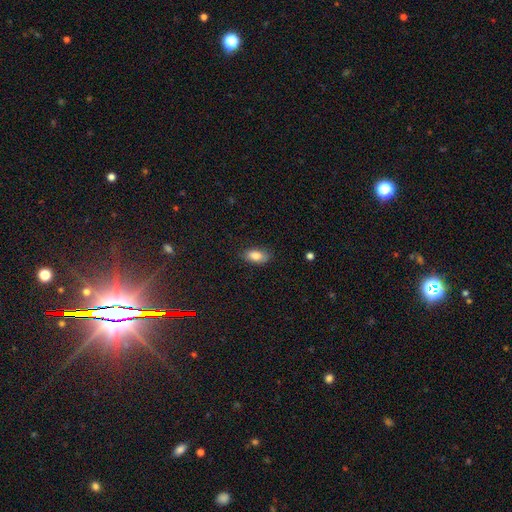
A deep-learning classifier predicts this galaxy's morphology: smooth-or-featured: smooth: 83% | featured or disk: 9% | star or artifact: 8%
  how-rounded: in between: 89% | cigar-shaped: 6% | round: 5%
  merging: none: 80% | minor disturbance: 15% | major disturbance: 3% | merger: 1%